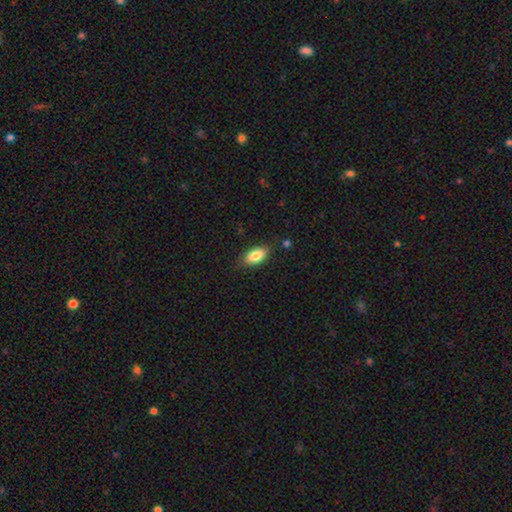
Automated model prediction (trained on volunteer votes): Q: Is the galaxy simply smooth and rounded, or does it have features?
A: smooth — 84%.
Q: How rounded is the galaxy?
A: in between — 90%.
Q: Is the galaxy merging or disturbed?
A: none — 83%.